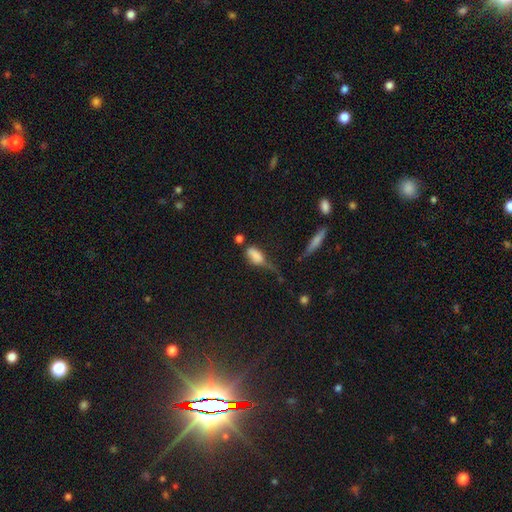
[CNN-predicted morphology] smooth_or_featured: smooth (p=0.74) [alt: featured or disk p=0.16]
how_rounded: in between (p=0.85) [alt: cigar-shaped p=0.09]
merging: major disturbance (p=0.36) [alt: minor disturbance p=0.29]